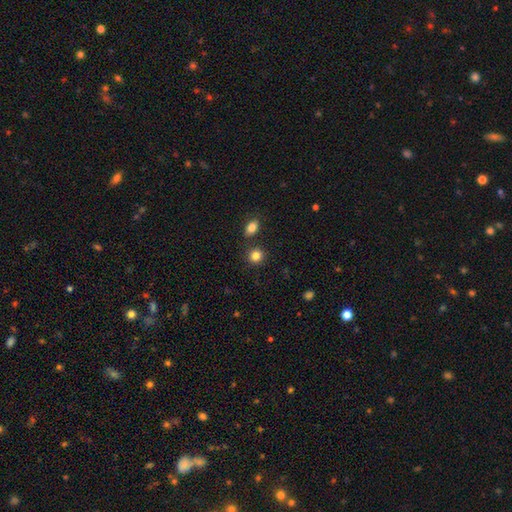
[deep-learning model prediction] The model was most divided on "how rounded": round: 81%, in between: 17%, cigar-shaped: 1%. More confident: smooth or featured — smooth (84%); merging — none (81%).